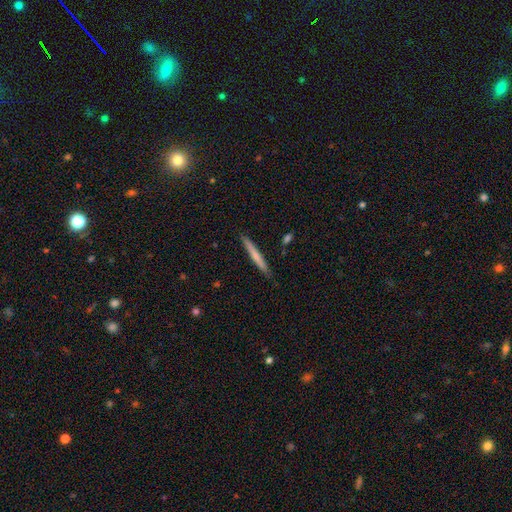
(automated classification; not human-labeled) Morphology: type=smooth (64%); roundness=cigar-shaped (96%); merging=none (89%).